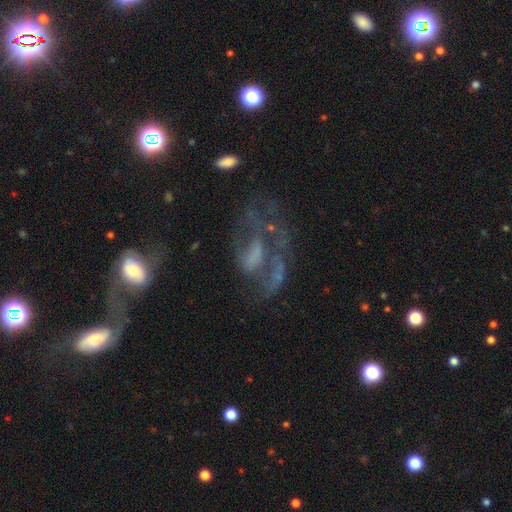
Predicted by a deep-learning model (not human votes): Smooth or featured? featured or disk (64%)
Edge-on disk? no (96%)
Bar? no (62%)
Spiral arms? no (50%, tied with yes)
Bulge size? none (54%)
Merging? major disturbance (44%)